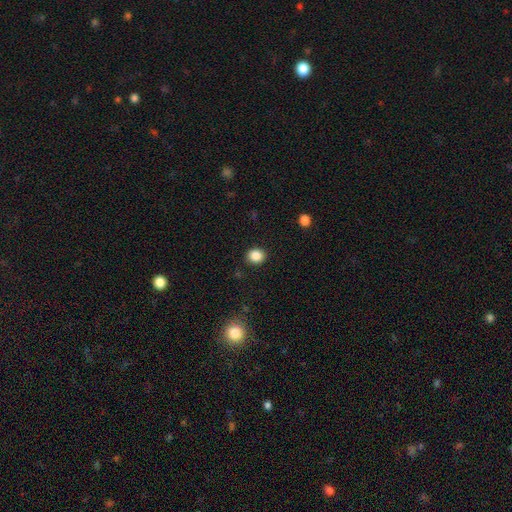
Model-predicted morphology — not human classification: Smooth or featured: smooth — 87% (star or artifact — 10%)
How rounded: round — 74% (in between — 25%)
Merging: none — 90% (minor disturbance — 7%)